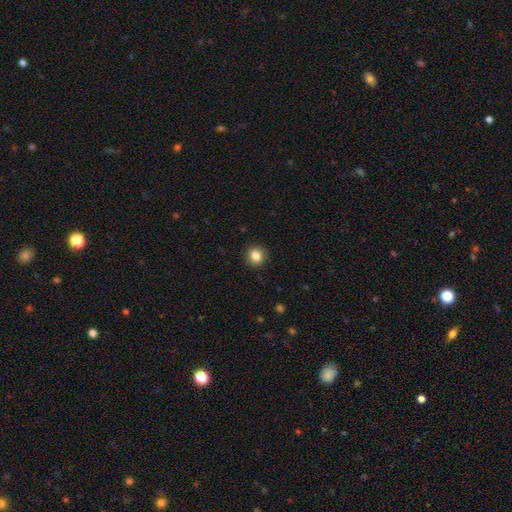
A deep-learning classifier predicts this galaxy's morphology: Smooth or featured? Predicted: smooth (p=0.85). How rounded? Predicted: round (p=0.84). Merging? Predicted: none (p=0.90).